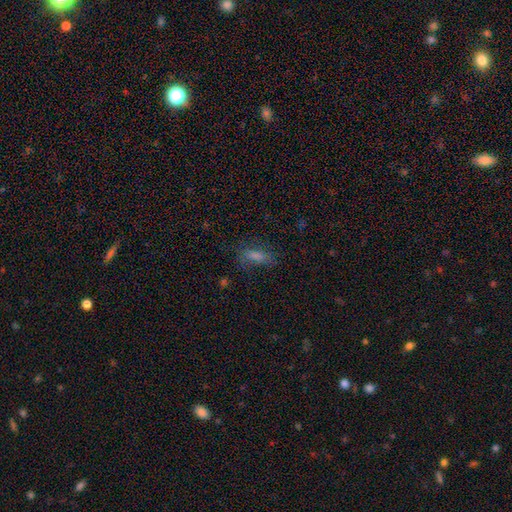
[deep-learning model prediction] A smooth galaxy with no disk features (63%) that is in between round and cigar-shaped (58%). Merging: none (71%).